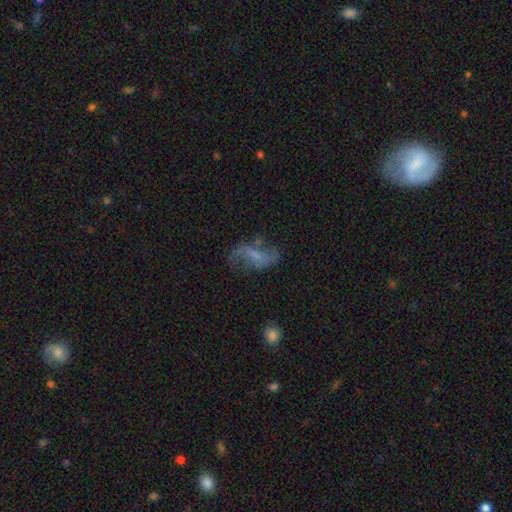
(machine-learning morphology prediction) Smooth or featured? Predicted: featured or disk (p=0.68). Edge-on disk? Predicted: no (p=0.95). Bar? Predicted: weak (p=0.44). Spiral arms? Predicted: yes (p=0.83). Spiral winding? Predicted: loose (p=0.80). Spiral arm count? Predicted: 2 (p=0.84). Bulge size? Predicted: small (p=0.41). Merging? Predicted: none (p=0.49).